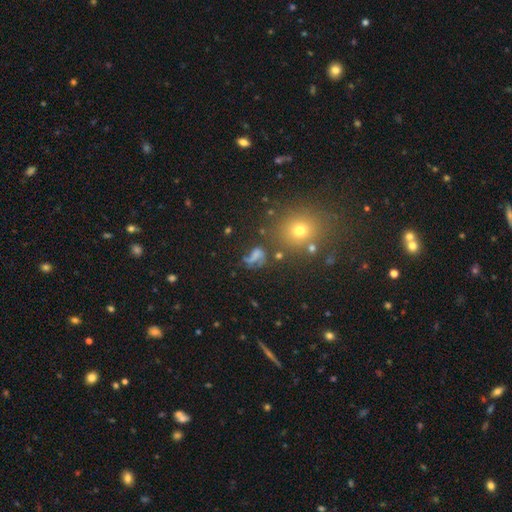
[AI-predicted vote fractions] The model was most divided on "smooth or featured": featured or disk: 44%, smooth: 34%, star or artifact: 21%. Remaining: merging — none (40%).